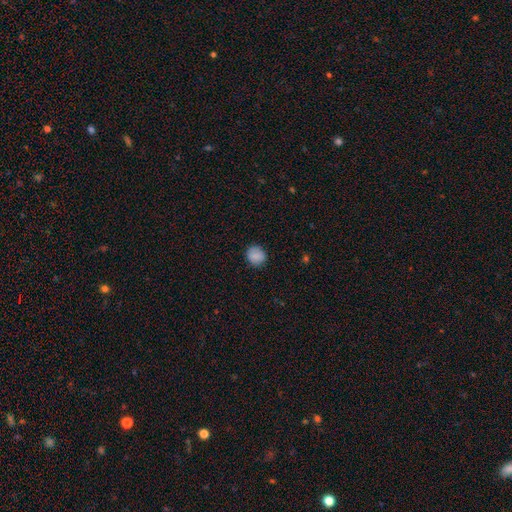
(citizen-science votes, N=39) Smooth or featured? smooth (95%)
How rounded? round (100%)
Merging? none (87%)